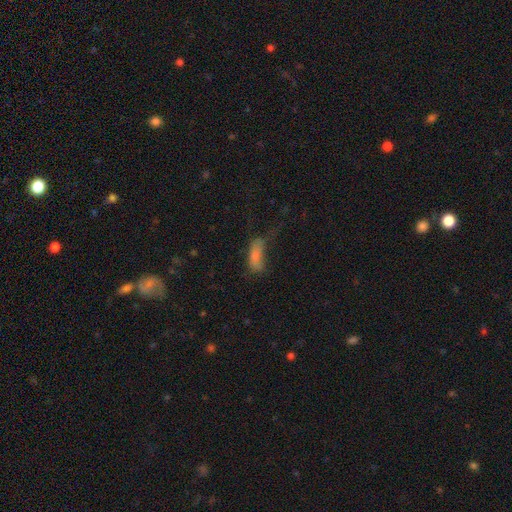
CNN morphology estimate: Q: Smooth or featured?
A: smooth (76%); runner-up: featured or disk (13%)
Q: How rounded?
A: in between (71%); runner-up: cigar-shaped (26%)
Q: Merging?
A: major disturbance (37%); runner-up: none (30%)